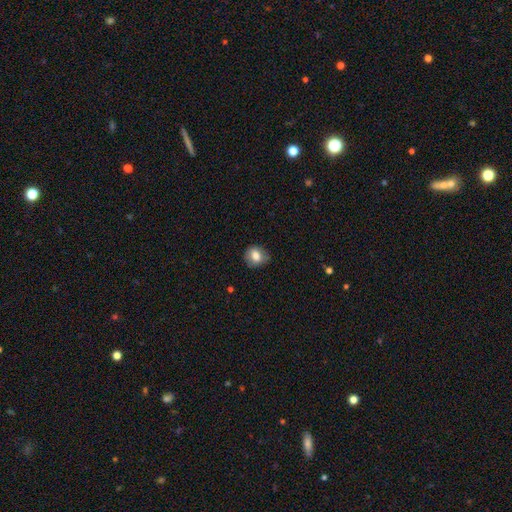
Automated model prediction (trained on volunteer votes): Smooth or featured? smooth (78%)
How rounded? round (67%)
Merging? none (72%)